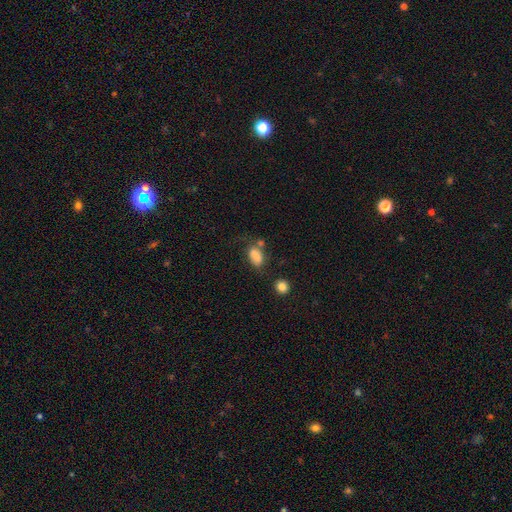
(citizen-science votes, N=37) smooth-or-featured: smooth: 86% | featured or disk: 8% | star or artifact: 5%
  how-rounded: in between: 88% | round: 9% | cigar-shaped: 3%
  merging: none: 37% | minor disturbance: 31% | merger: 26% | major disturbance: 6%